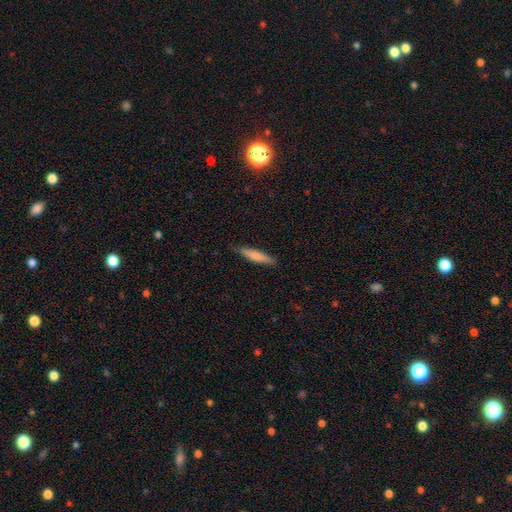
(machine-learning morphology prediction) This appears to be a smooth galaxy with no disk features (74%) that is cigar-shaped (86%). Merging: none (84%).